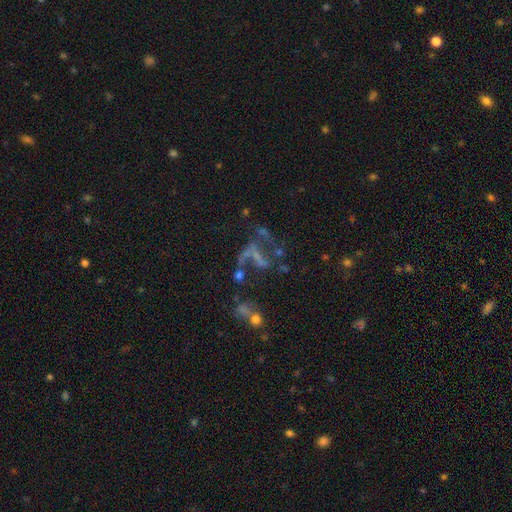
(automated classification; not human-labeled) This appears to be a featured or disk galaxy (54%) with no bar (50%), no spiral arms (52%) and no central bulge (66%). Merging: major disturbance (36%).